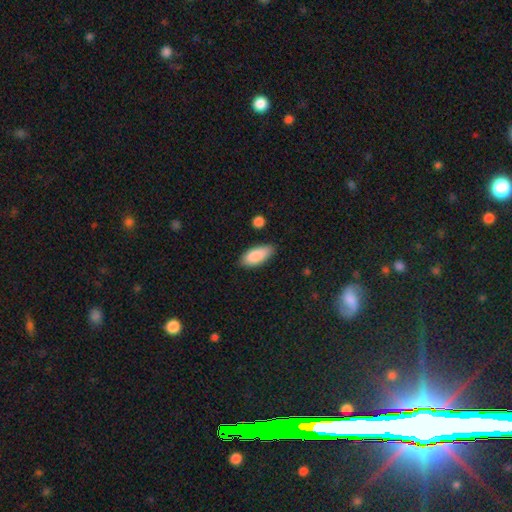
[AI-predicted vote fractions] Morphology: type=smooth (88%); roundness=in between (84%); merging=none (81%).